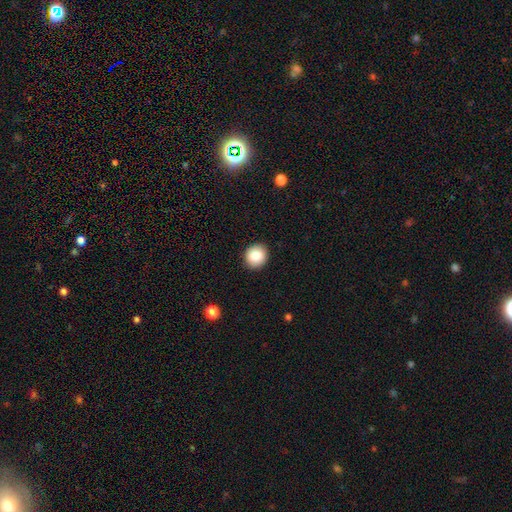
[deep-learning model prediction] smooth_or_featured: smooth (p=0.85) [alt: star or artifact p=0.09]
how_rounded: round (p=0.85) [alt: in between p=0.14]
merging: none (p=0.91) [alt: minor disturbance p=0.06]